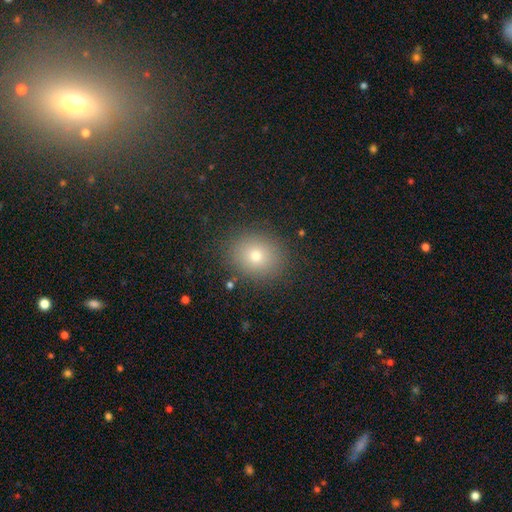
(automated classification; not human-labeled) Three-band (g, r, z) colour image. It shows a smooth galaxy with no disk features (74%) that is round (70%). Merging: none (87%).